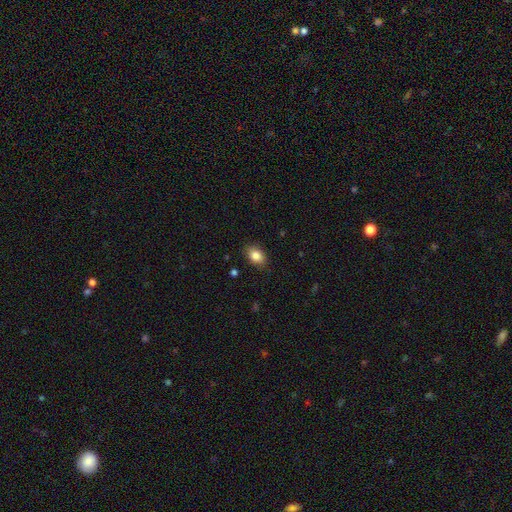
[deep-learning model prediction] smooth 86%, star or artifact 8%, featured or disk 6%. Down the decision tree: how rounded — in between (79%); merging — none (84%).